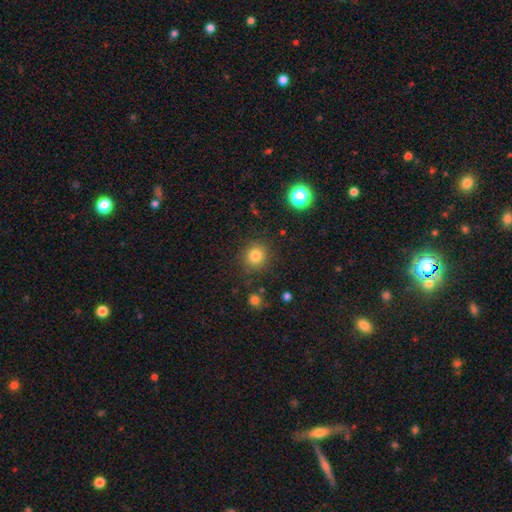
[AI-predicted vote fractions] Smooth or featured? smooth (81%)
How rounded? round (89%)
Merging? none (87%)